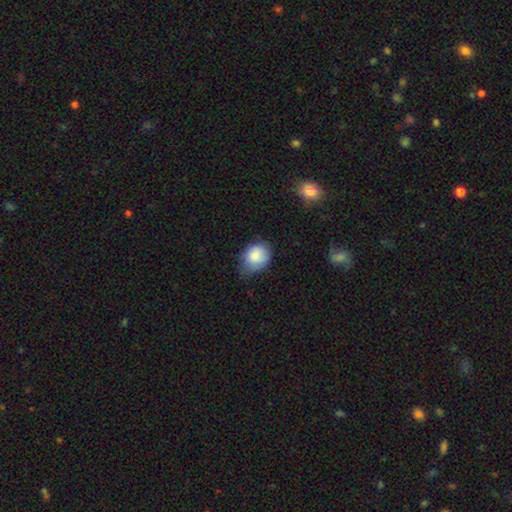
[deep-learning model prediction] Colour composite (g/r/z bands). It shows a smooth galaxy with no disk features (83%) that is in between round and cigar-shaped (52%). Merging: none (45%).